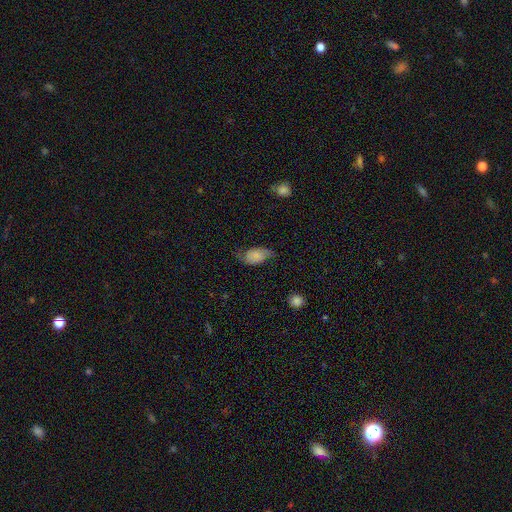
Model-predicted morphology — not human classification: type=smooth (62%); roundness=in between (91%); merging=none (52%).